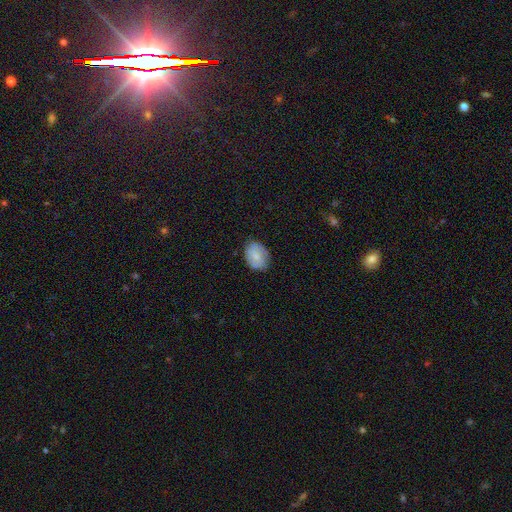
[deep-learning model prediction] Overall: smooth (71%). How rounded: in between (67%; round 32%). Merging: none (78%).